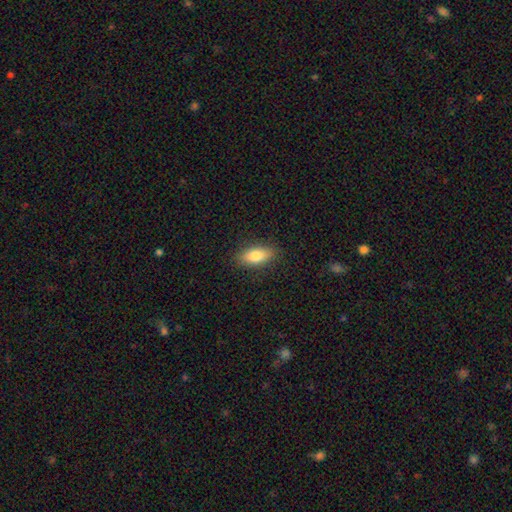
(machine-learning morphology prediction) A smooth galaxy with no disk features (79%) that is in between round and cigar-shaped (81%).

Vote fractions:
- Smooth or featured? smooth: 79% / featured or disk: 14% / star or artifact: 7%
- How rounded? in between: 81% / cigar-shaped: 15% / round: 3%
- Merging? none: 88% / minor disturbance: 9% / major disturbance: 2% / merger: 1%